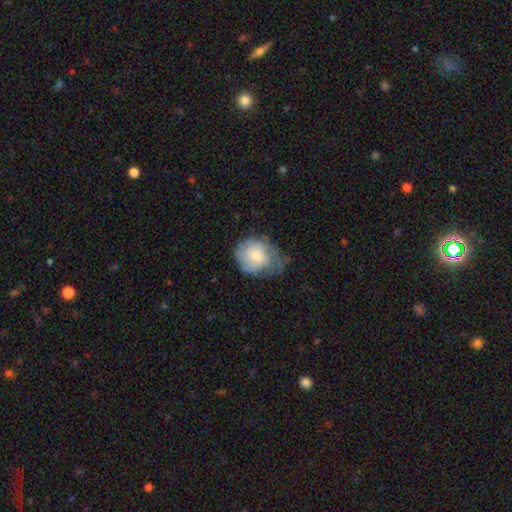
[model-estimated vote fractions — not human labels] A smooth galaxy with no disk features (55%) that is round (60%).

Vote fractions:
- Smooth or featured? smooth: 55% / featured or disk: 38% / star or artifact: 8%
- How rounded? round: 60% / in between: 39% / cigar-shaped: 1%
- Merging? none: 39% / minor disturbance: 35% / major disturbance: 24% / merger: 2%